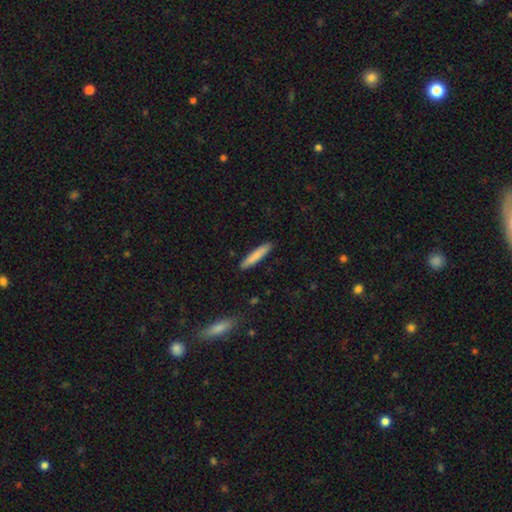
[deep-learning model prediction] Smooth or featured? smooth (81%)
How rounded? cigar-shaped (90%)
Merging? none (90%)